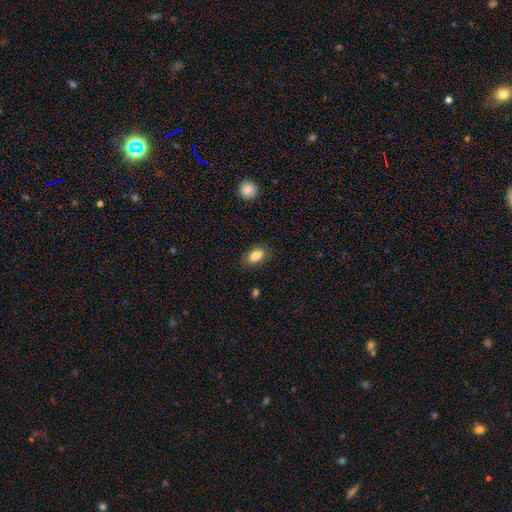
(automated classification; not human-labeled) Smooth or featured?
  - smooth: 83% *
  - featured or disk: 9%
  - star or artifact: 8%
How rounded?
  - in between: 88% *
  - round: 10%
  - cigar-shaped: 2%
Merging?
  - none: 84% *
  - minor disturbance: 12%
  - major disturbance: 3%
  - merger: 1%